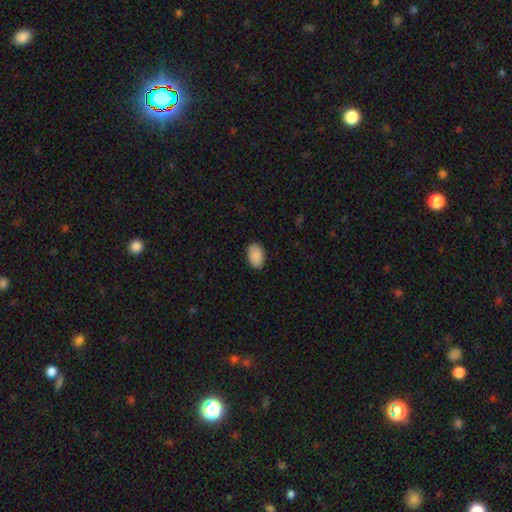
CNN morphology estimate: The model was most divided on "merging": none: 88%, minor disturbance: 9%, major disturbance: 2%, merger: 1%. More confident: how rounded — in between (92%); smooth or featured — smooth (91%).